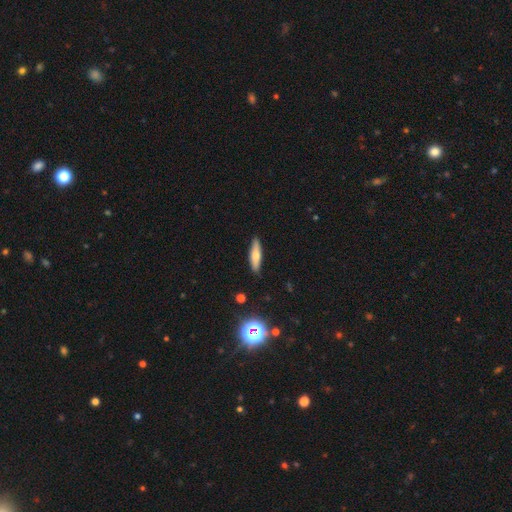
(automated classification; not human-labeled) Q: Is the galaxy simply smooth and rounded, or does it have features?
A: smooth — 63%.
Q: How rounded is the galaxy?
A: cigar-shaped — 69%.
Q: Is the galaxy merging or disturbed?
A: none — 89%.